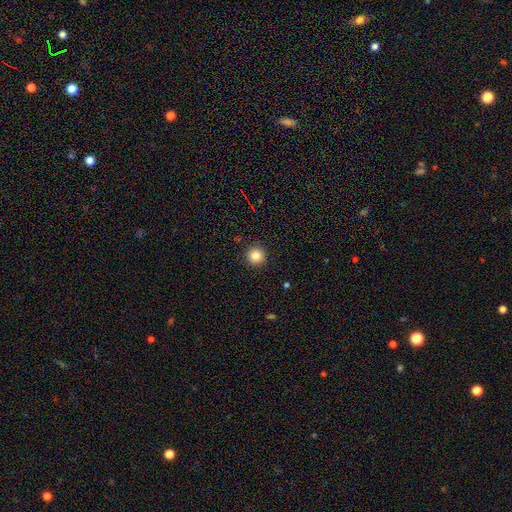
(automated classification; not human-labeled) A smooth galaxy with no disk features (84%) that is round (96%). Merging: none (92%).